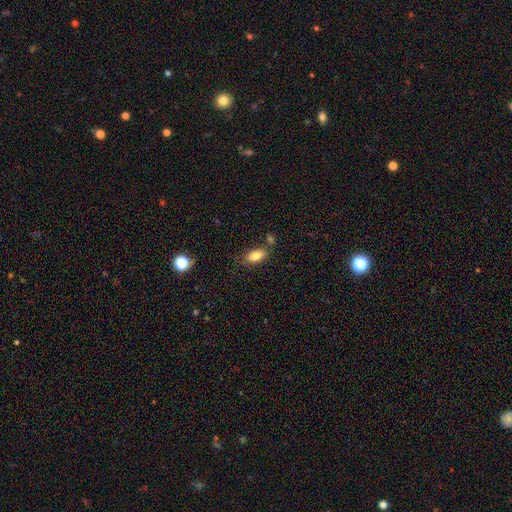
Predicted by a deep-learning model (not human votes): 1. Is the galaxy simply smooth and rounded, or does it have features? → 80% smooth, 11% featured or disk, 9% star or artifact.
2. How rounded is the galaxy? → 89% in between, 6% cigar-shaped, 5% round.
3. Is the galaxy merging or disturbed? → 71% none, 15% minor disturbance, 10% merger, 4% major disturbance.